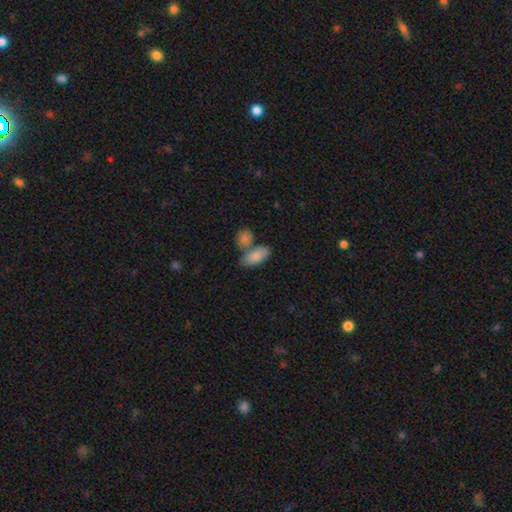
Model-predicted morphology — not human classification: A smooth galaxy with no disk features (84%) that is in between round and cigar-shaped (89%).

Vote fractions:
- Smooth or featured? smooth: 84% / featured or disk: 10% / star or artifact: 6%
- How rounded? in between: 89% / cigar-shaped: 7% / round: 4%
- Merging? none: 44% / merger: 38% / minor disturbance: 13% / major disturbance: 5%